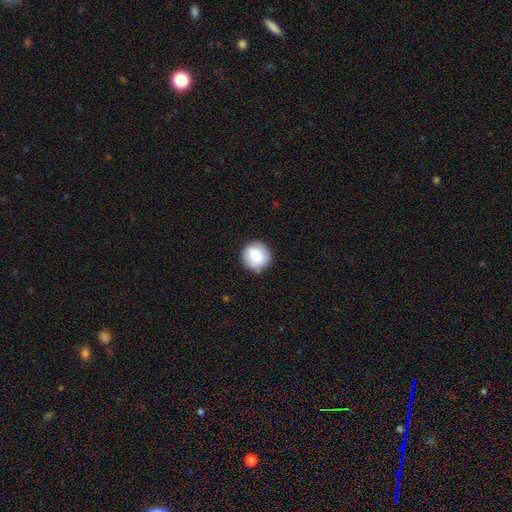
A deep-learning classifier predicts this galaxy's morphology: Smooth or featured?
  - smooth: 80% *
  - featured or disk: 13%
  - star or artifact: 7%
How rounded?
  - round: 92% *
  - in between: 7%
  - cigar-shaped: 1%
Merging?
  - none: 87% *
  - minor disturbance: 10%
  - major disturbance: 2%
  - merger: 1%